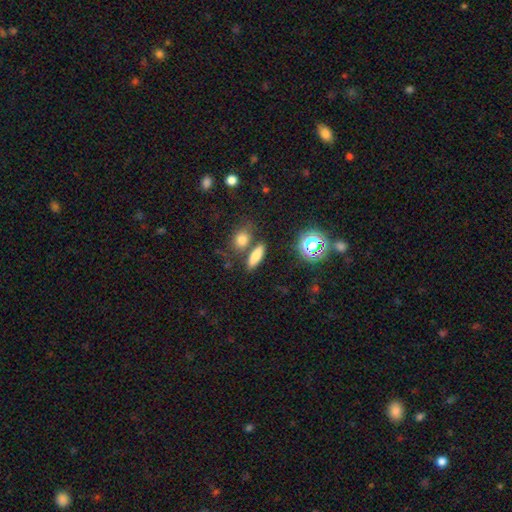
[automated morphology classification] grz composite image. It shows a smooth galaxy with no disk features (77%) that is cigar-shaped (48%). Merging: none (74%).